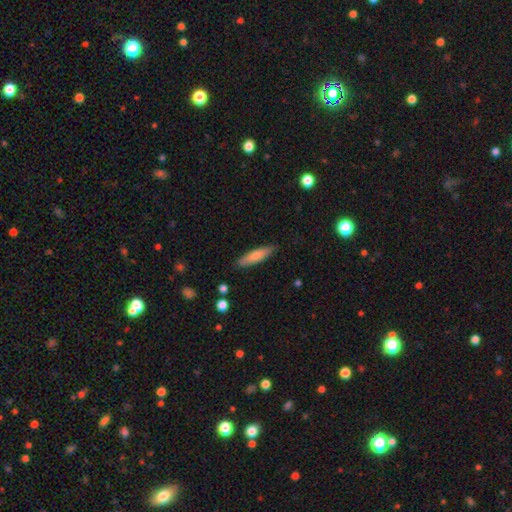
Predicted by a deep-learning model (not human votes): This appears to be a smooth galaxy with no disk features (74%) that is cigar-shaped (74%). Merging: none (86%).